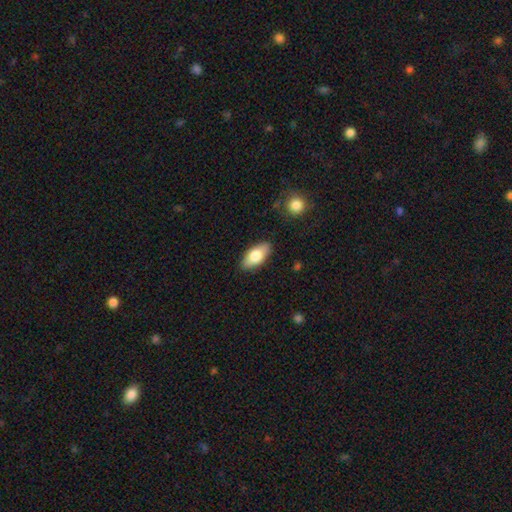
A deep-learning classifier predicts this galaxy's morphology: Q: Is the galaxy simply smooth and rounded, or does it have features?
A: smooth — 75%.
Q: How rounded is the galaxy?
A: in between — 89%.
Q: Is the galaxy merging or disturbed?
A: none — 87%.